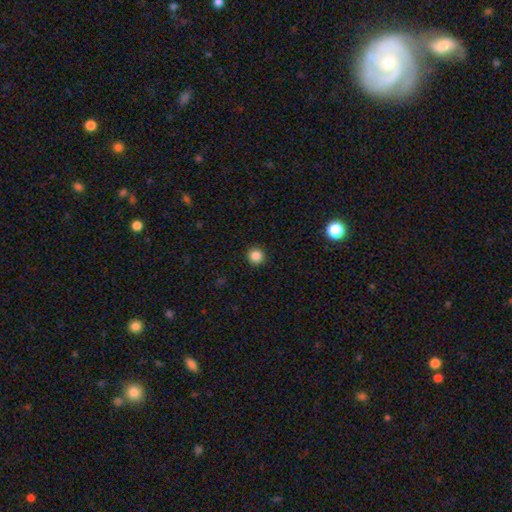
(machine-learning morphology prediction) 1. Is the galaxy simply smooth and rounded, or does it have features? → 86% smooth, 11% star or artifact, 3% featured or disk.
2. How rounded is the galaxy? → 95% round, 4% in between, 1% cigar-shaped.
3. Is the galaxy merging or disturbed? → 93% none, 5% minor disturbance, 2% major disturbance, 1% merger.